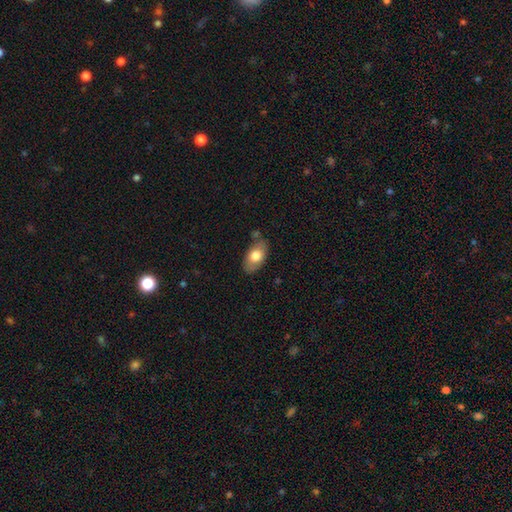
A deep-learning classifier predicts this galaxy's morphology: Smooth or featured? smooth (73%)
How rounded? in between (92%)
Merging? none (73%)